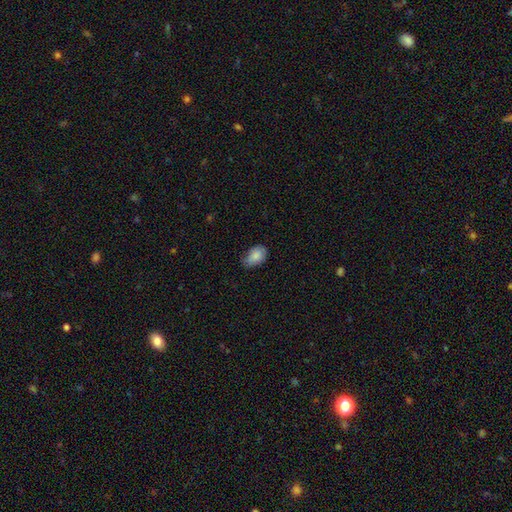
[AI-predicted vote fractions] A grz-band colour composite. It shows a smooth galaxy with no disk features (86%) that is in between round and cigar-shaped (88%). Merging: none (64%).